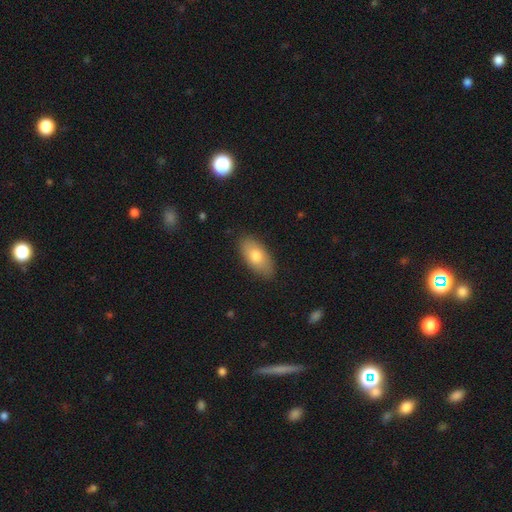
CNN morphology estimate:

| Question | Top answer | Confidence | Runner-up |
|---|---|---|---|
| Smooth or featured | smooth | 75% | featured or disk (19%) |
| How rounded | in between | 91% | cigar-shaped (5%) |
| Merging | none | 86% | minor disturbance (11%) |